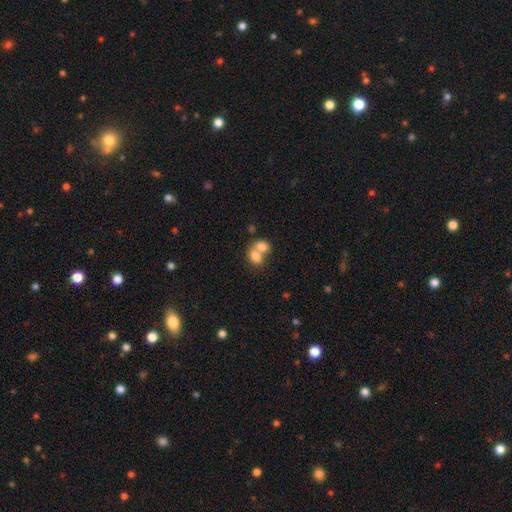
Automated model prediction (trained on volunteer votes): The model was most divided on "how rounded": round: 50%, in between: 49%, cigar-shaped: 1%. More confident: smooth or featured — smooth (75%); merging — merger (71%).